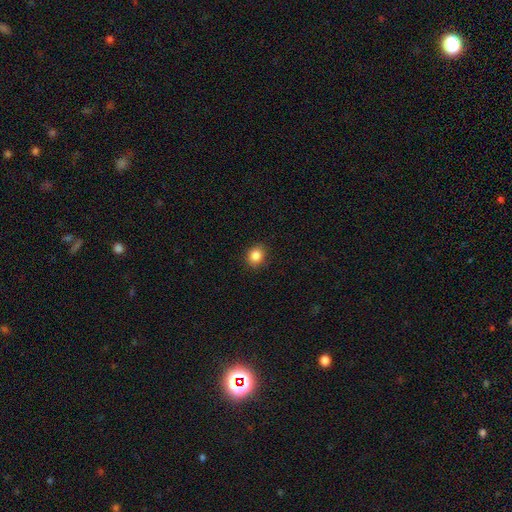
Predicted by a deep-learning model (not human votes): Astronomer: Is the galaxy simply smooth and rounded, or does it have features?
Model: smooth — 87%.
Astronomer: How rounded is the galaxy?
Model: round — 74%.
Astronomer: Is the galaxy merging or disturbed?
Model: none — 88%.